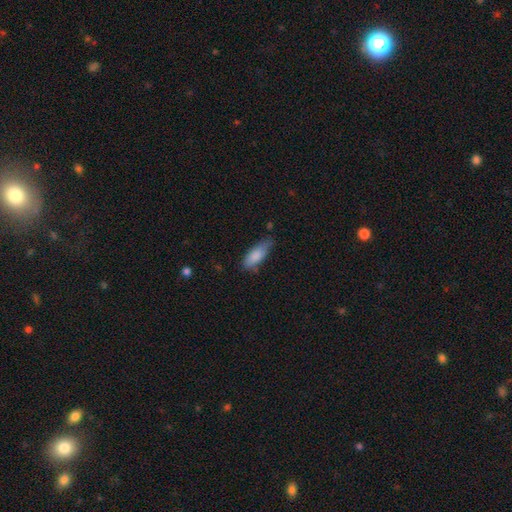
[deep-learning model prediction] The model was most divided on "merging": none: 55%, minor disturbance: 35%, major disturbance: 8%, merger: 3%. More confident: smooth or featured — smooth (83%); how rounded — in between (68%).